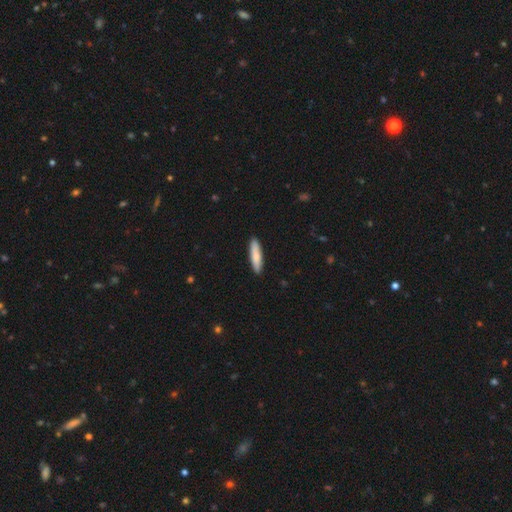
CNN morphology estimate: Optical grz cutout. It shows a smooth galaxy with no disk features (83%) that is cigar-shaped (79%). Merging: none (91%).